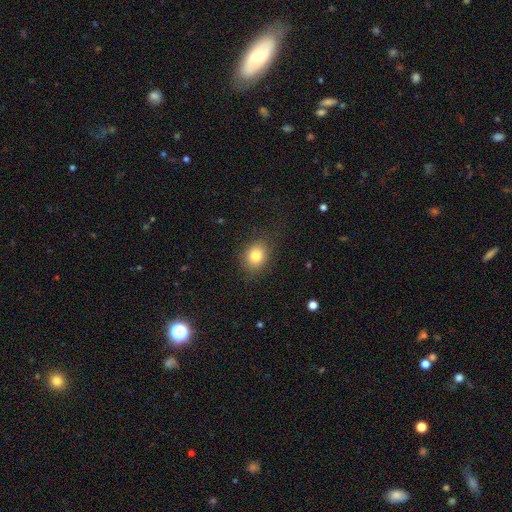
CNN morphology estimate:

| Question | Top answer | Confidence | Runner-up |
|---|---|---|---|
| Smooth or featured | smooth | 82% | star or artifact (10%) |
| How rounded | round | 54% | in between (45%) |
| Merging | none | 82% | minor disturbance (13%) |